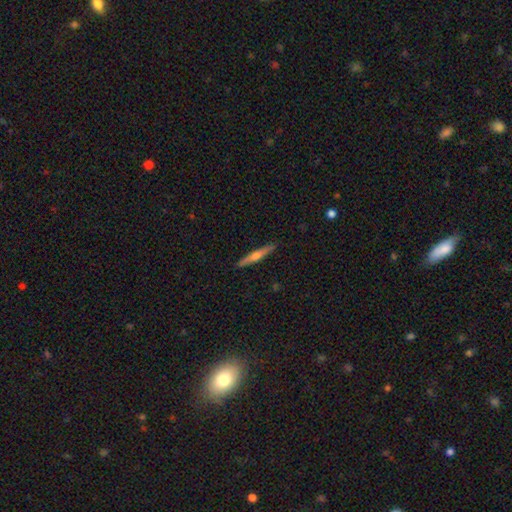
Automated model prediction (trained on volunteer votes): Q: Smooth or featured?
A: featured or disk (55%); runner-up: smooth (39%)
Q: Edge-on disk?
A: yes (97%); runner-up: no (3%)
Q: Edge-on bulge?
A: rounded (81%); runner-up: none (13%)
Q: Merging?
A: none (91%); runner-up: minor disturbance (7%)